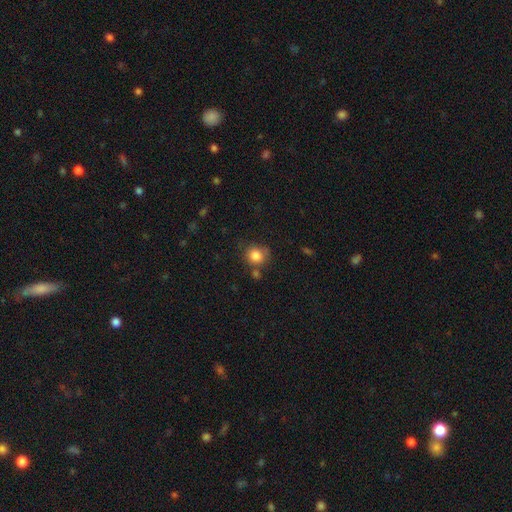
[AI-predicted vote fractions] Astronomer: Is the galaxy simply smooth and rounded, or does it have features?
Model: smooth — 84%.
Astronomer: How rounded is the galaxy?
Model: round — 83%.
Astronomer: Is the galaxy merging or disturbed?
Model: none — 70%.